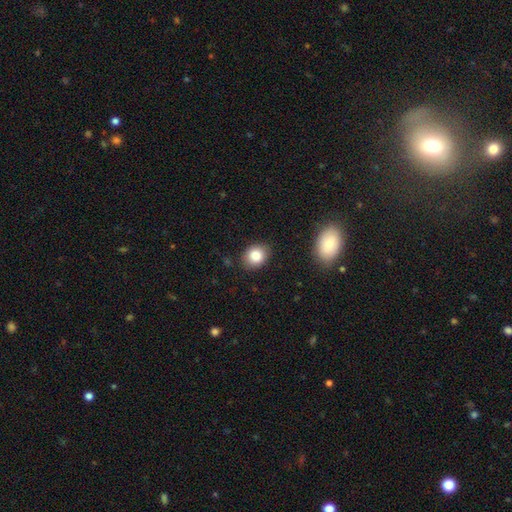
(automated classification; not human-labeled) A smooth galaxy with no disk features (84%) that is round (53%).

Vote fractions:
- Smooth or featured? smooth: 84% / star or artifact: 9% / featured or disk: 7%
- How rounded? round: 53% / in between: 46% / cigar-shaped: 1%
- Merging? none: 85% / minor disturbance: 11% / major disturbance: 2% / merger: 2%